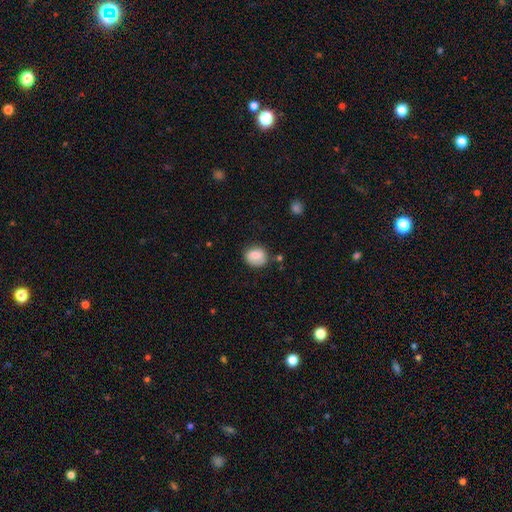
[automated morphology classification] Smooth or featured? smooth (82%)
How rounded? round (57%)
Merging? none (69%)